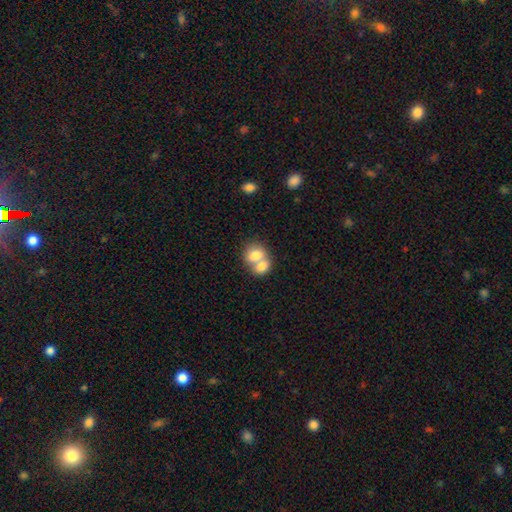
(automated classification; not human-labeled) smooth 75%, featured or disk 17%, star or artifact 8%. Down the decision tree: how rounded — in between (53%); merging — merger (69%).